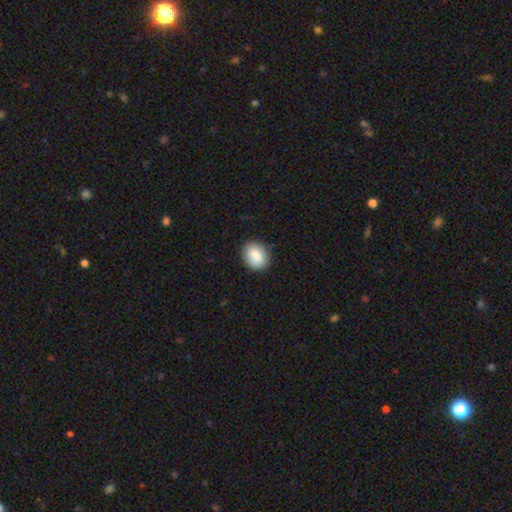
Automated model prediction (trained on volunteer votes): A smooth galaxy with no disk features (86%) that is in between round and cigar-shaped (66%). Merging: none (86%).